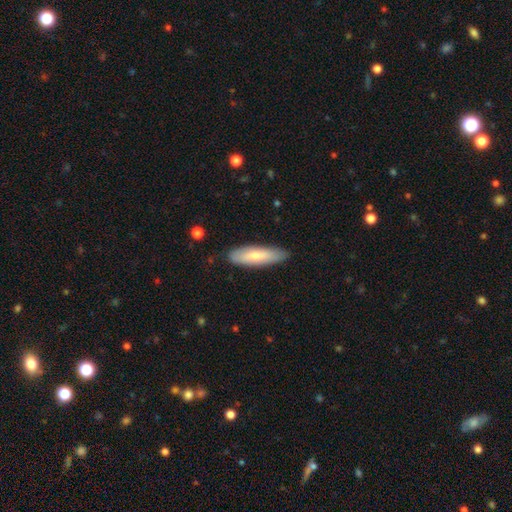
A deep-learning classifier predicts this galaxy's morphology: smooth_or_featured: smooth (p=0.66) [alt: featured or disk p=0.28]
how_rounded: cigar-shaped (p=0.53) [alt: in between p=0.46]
merging: none (p=0.84) [alt: minor disturbance p=0.13]